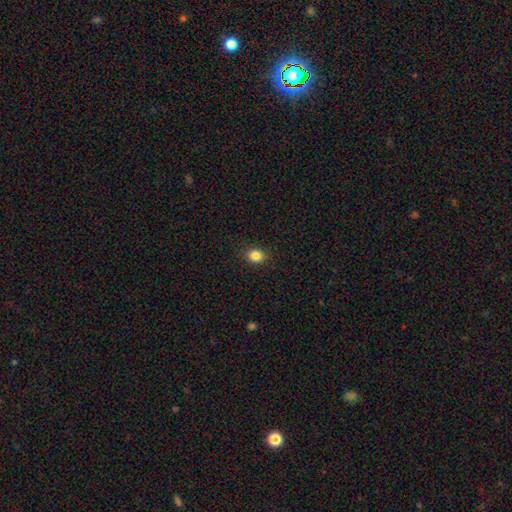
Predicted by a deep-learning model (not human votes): Smooth or featured: smooth — 85% (star or artifact — 11%)
How rounded: round — 50% (in between — 49%)
Merging: none — 89% (minor disturbance — 8%)